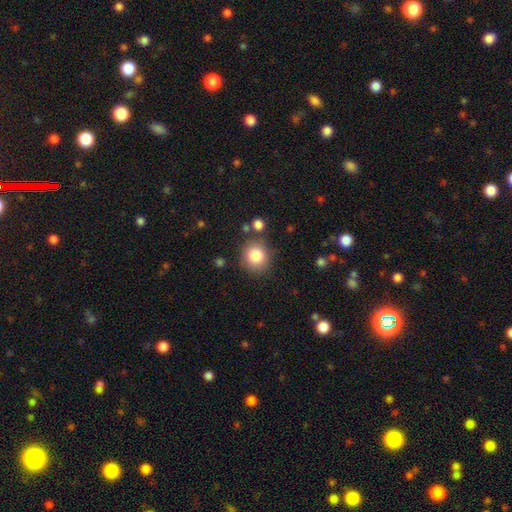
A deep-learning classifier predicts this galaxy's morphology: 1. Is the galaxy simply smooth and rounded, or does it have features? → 83% smooth, 10% star or artifact, 7% featured or disk.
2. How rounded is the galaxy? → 85% round, 15% in between, 1% cigar-shaped.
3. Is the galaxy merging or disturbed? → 81% none, 10% minor disturbance, 5% merger, 3% major disturbance.